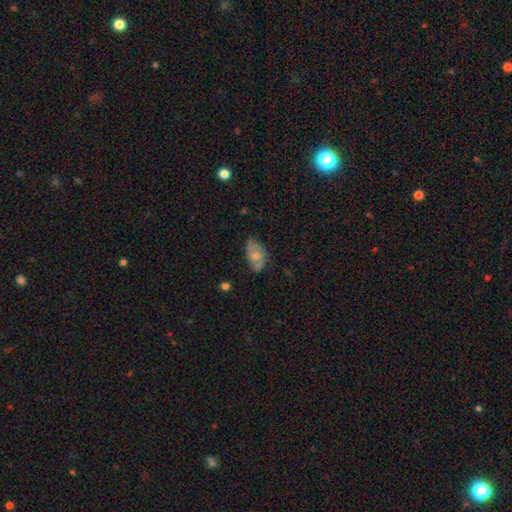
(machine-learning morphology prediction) This appears to be a smooth galaxy with no disk features (59%) that is in between round and cigar-shaped (89%). Merging: none (60%).